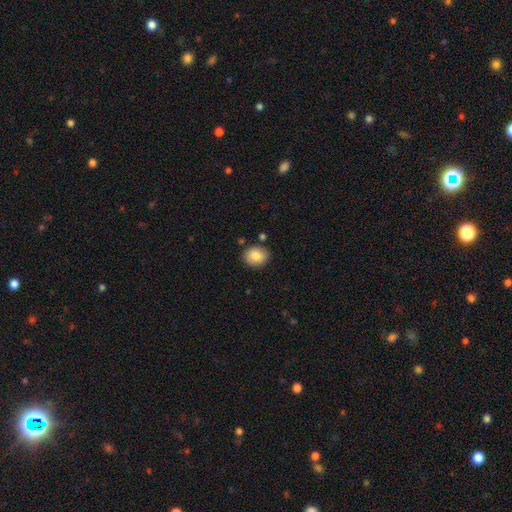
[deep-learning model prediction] smooth-or-featured: smooth: 85% | star or artifact: 8% | featured or disk: 7%
  how-rounded: round: 58% | in between: 41% | cigar-shaped: 1%
  merging: none: 85% | minor disturbance: 10% | merger: 3% | major disturbance: 2%